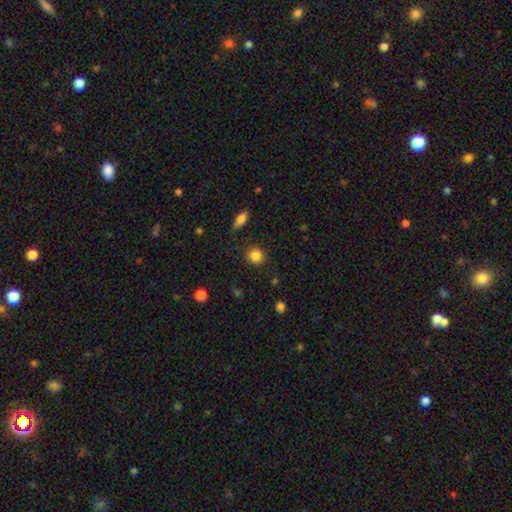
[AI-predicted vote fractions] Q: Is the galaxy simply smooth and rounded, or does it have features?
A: smooth — 85%.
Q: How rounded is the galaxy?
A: round — 89%.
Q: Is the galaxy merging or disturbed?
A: none — 86%.